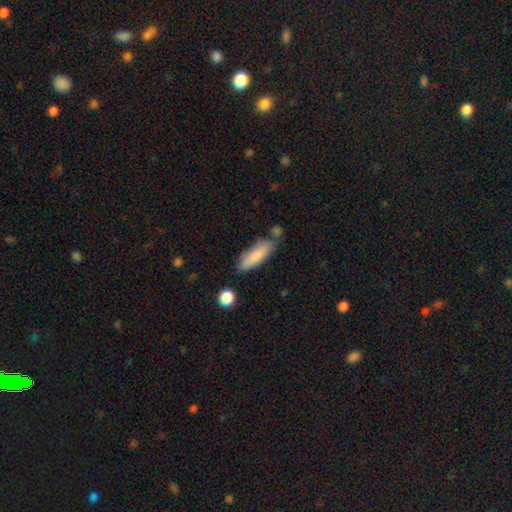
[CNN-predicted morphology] smooth 81%, featured or disk 13%, star or artifact 6%. Down the decision tree: how rounded — cigar-shaped (50%); merging — none (68%).